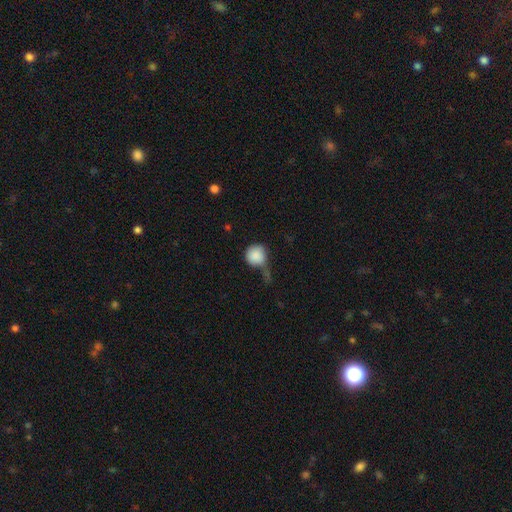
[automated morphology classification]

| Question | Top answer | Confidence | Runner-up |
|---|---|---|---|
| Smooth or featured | smooth | 87% | star or artifact (7%) |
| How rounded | round | 91% | in between (8%) |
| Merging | none | 37% | minor disturbance (31%) |